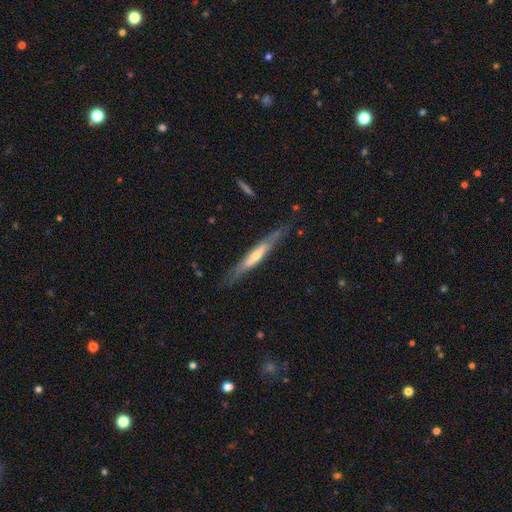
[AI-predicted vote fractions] A featured or disk galaxy (62%) viewed edge-on (87%) with a rounded central bulge (48%).

Vote fractions:
- Smooth or featured? featured or disk: 62% / smooth: 32% / star or artifact: 6%
- Edge-on disk? yes: 87% / no: 13%
- Edge-on bulge? rounded: 48% / none: 40% / boxy: 12%
- Merging? none: 78% / minor disturbance: 16% / major disturbance: 4% / merger: 2%